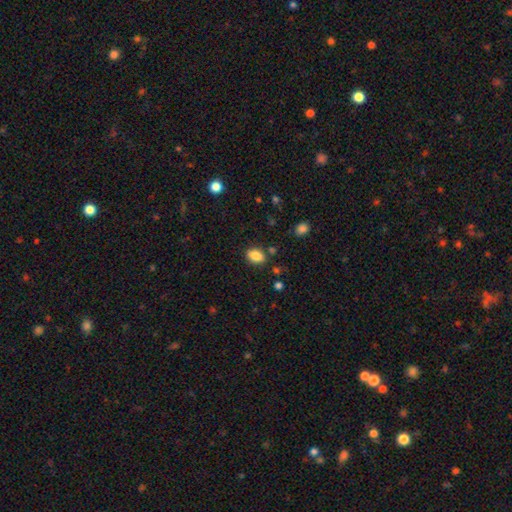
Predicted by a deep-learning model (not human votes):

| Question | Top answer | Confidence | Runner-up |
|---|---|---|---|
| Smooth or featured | smooth | 86% | star or artifact (9%) |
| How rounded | in between | 83% | round (15%) |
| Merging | none | 82% | minor disturbance (12%) |